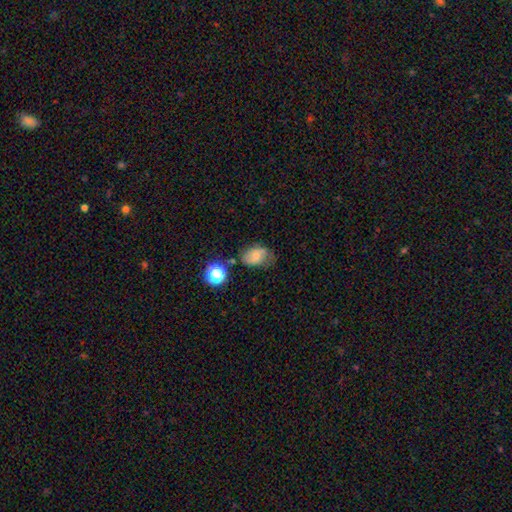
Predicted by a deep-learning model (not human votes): smooth-or-featured: smooth: 63% | featured or disk: 24% | star or artifact: 13%
  how-rounded: in between: 78% | round: 21% | cigar-shaped: 1%
  merging: none: 52% | minor disturbance: 31% | major disturbance: 13% | merger: 4%